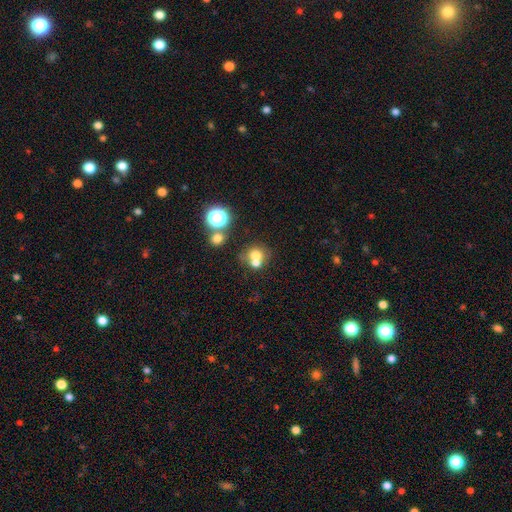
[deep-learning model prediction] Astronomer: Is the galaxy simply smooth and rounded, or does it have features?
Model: smooth — 67%.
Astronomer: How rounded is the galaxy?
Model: round — 79%.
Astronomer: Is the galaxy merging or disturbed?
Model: merger — 48% (runner-up: none, 40%).